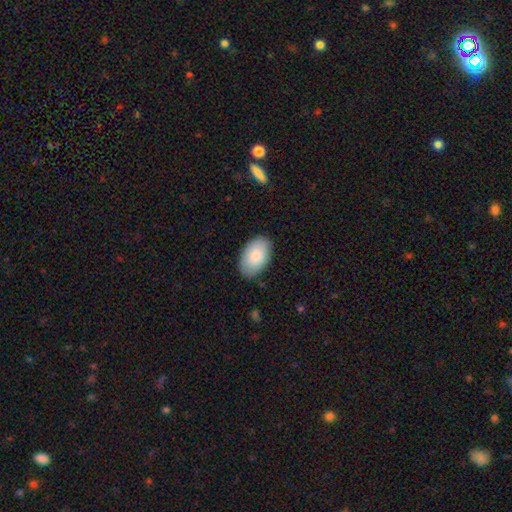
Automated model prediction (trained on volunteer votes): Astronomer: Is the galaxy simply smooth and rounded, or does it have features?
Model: smooth — 85%.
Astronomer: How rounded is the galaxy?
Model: in between — 94%.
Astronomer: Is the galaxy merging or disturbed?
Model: none — 85%.